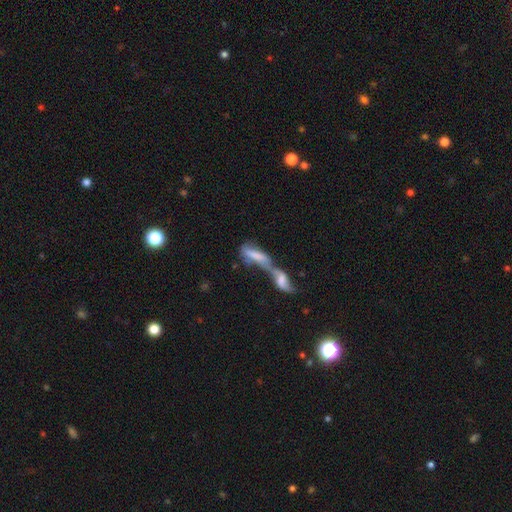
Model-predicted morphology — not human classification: smooth 59%, featured or disk 33%, star or artifact 8%. Down the decision tree: how rounded — cigar-shaped (49%); merging — merger (83%).